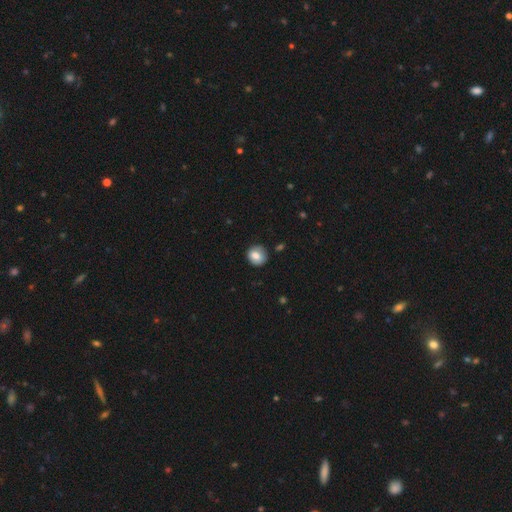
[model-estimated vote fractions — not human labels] Overall: smooth (78%). How rounded: round (84%). Merging: none (83%).